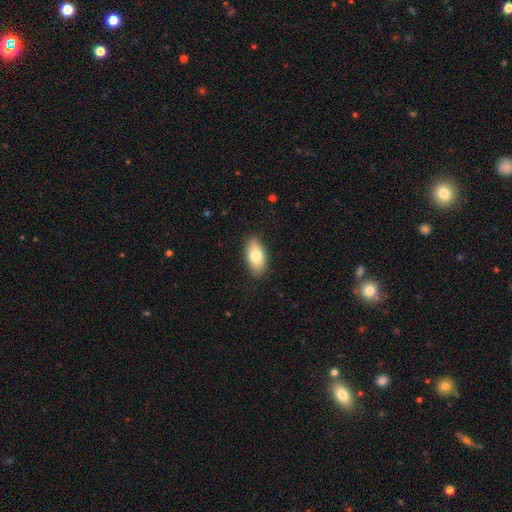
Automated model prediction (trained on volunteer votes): A smooth galaxy with no disk features (78%) that is in between round and cigar-shaped (92%).

Vote fractions:
- Smooth or featured? smooth: 78% / featured or disk: 16% / star or artifact: 6%
- How rounded? in between: 92% / cigar-shaped: 5% / round: 4%
- Merging? none: 87% / minor disturbance: 10% / major disturbance: 2% / merger: 1%